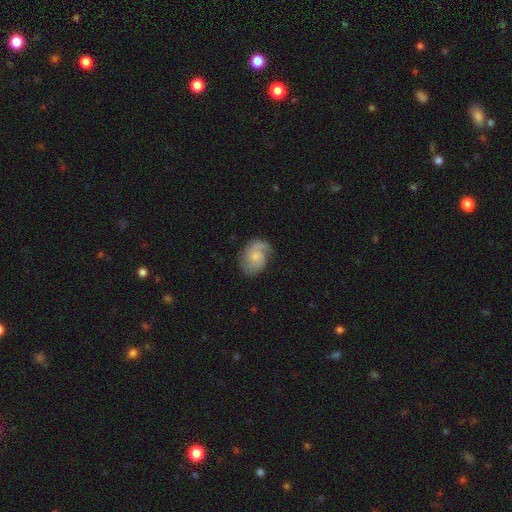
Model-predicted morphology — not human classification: Smooth or featured: featured or disk — 72% (smooth — 22%)
Edge-on disk: no — 98% (yes — 2%)
Bar: no — 67% (weak — 30%)
Spiral arms: yes — 94% (no — 6%)
Spiral winding: medium — 43% (tight — 35%)
Spiral arm count: 2 — 61% (1 — 23%)
Bulge size: small — 52% (moderate — 33%)
Merging: none — 65% (minor disturbance — 22%)